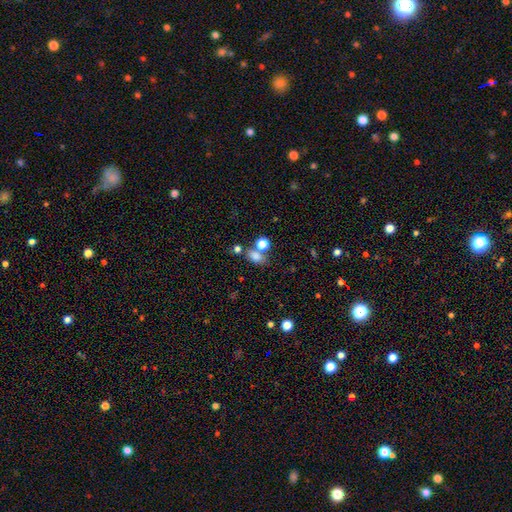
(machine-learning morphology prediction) Smooth or featured: smooth — 77% (star or artifact — 15%)
How rounded: in between — 72% (round — 26%)
Merging: none — 55% (merger — 27%)